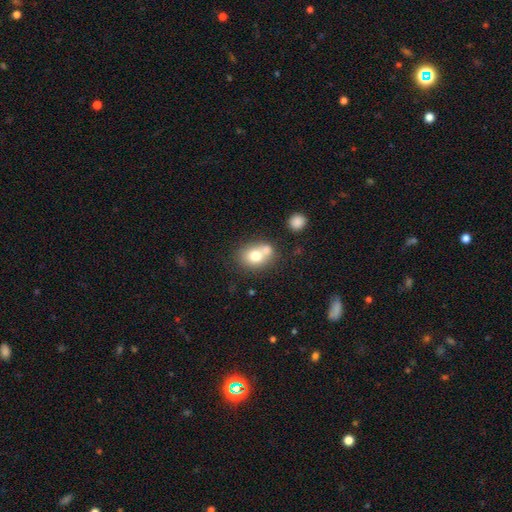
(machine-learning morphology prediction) smooth 72%, featured or disk 18%, star or artifact 10%. Down the decision tree: how rounded — round (50%); merging — none (41%).